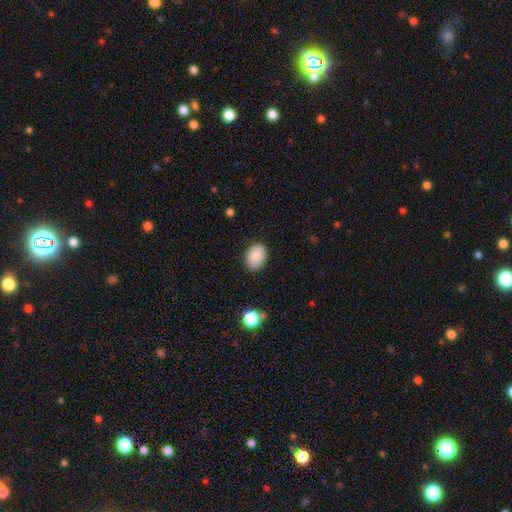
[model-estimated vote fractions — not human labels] Overall: smooth (88%). How rounded: in between (77%). Merging: none (86%).